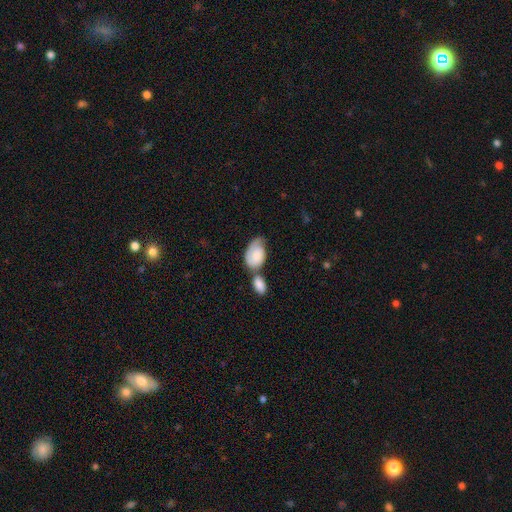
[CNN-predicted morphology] Smooth or featured: smooth — 66% (featured or disk — 28%)
How rounded: in between — 88% (round — 10%)
Merging: merger — 42% (none — 25%)